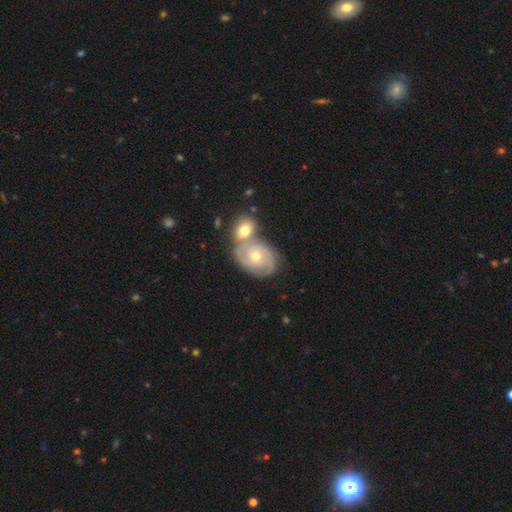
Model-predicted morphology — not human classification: Smooth or featured? Predicted: featured or disk (p=0.77). Edge-on disk? Predicted: no (p=0.96). Bar? Predicted: no (p=0.74). Spiral arms? Predicted: yes (p=0.92). Spiral winding? Predicted: tight (p=0.70). Spiral arm count? Predicted: 2 (p=0.39). Bulge size? Predicted: moderate (p=0.55). Merging? Predicted: none (p=0.46).